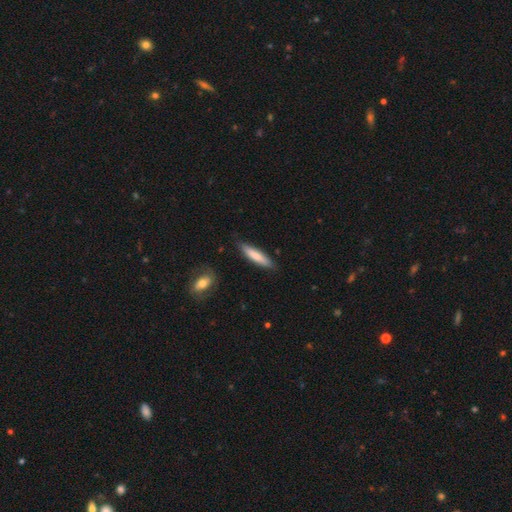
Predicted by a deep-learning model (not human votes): The model was most divided on "smooth or featured": smooth: 77%, featured or disk: 18%, star or artifact: 5%. More confident: merging — none (84%); how rounded — cigar-shaped (81%).